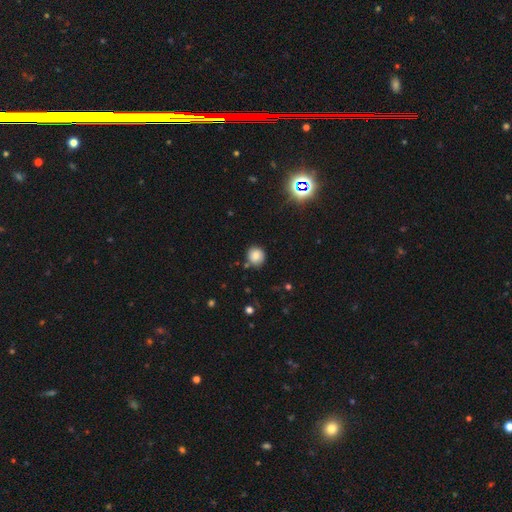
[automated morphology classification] Smooth or featured: smooth — 80% (star or artifact — 13%)
How rounded: round — 88% (in between — 11%)
Merging: none — 82% (minor disturbance — 12%)